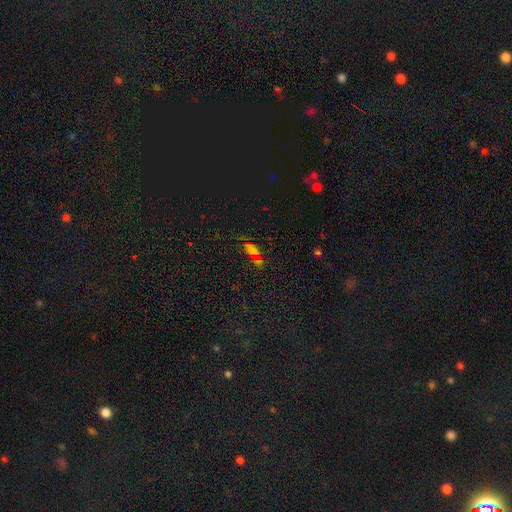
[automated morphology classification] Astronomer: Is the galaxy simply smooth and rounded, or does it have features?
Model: star or artifact — 47% (runner-up: smooth, 38%).